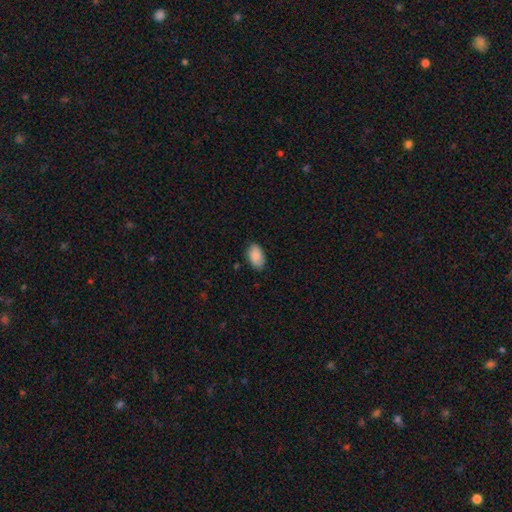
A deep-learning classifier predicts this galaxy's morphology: smooth 87%, featured or disk 7%, star or artifact 6%. Down the decision tree: how rounded — in between (93%); merging — none (84%).